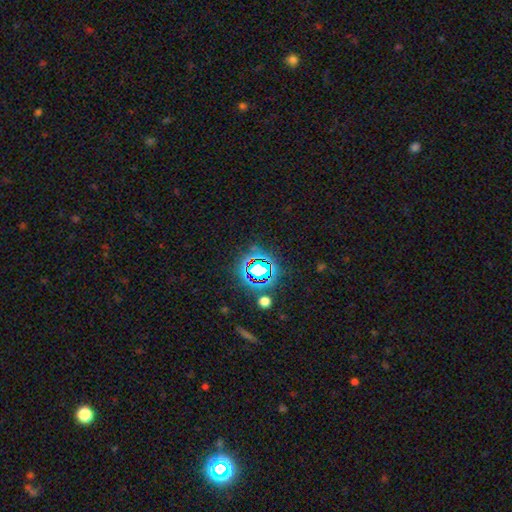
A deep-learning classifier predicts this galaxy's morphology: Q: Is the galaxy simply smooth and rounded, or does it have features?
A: star or artifact — 79%.